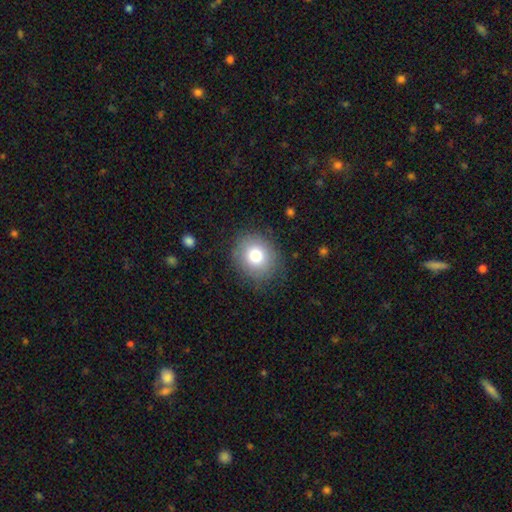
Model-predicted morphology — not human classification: Overall: smooth (77%). How rounded: round (77%). Merging: none (83%).